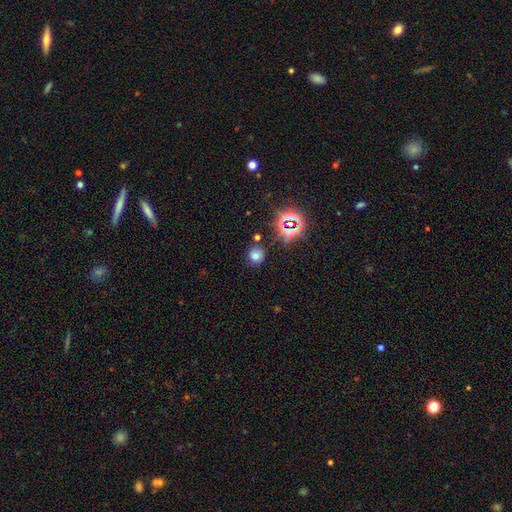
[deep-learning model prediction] Smooth or featured? smooth (66%)
How rounded? round (86%)
Merging? none (80%)